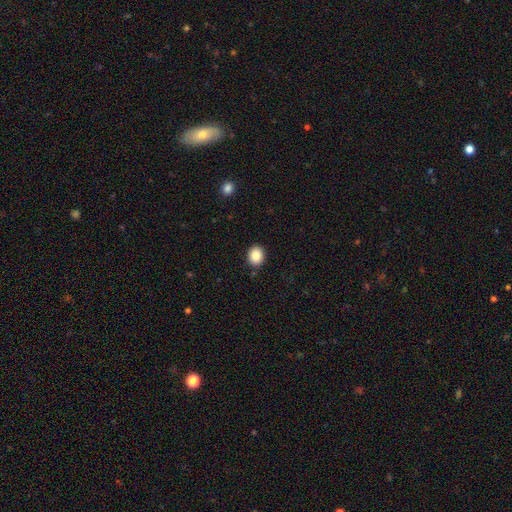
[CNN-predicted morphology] The model was most divided on "how rounded": round: 61%, in between: 38%, cigar-shaped: 1%. More confident: merging — none (90%); smooth or featured — smooth (86%).